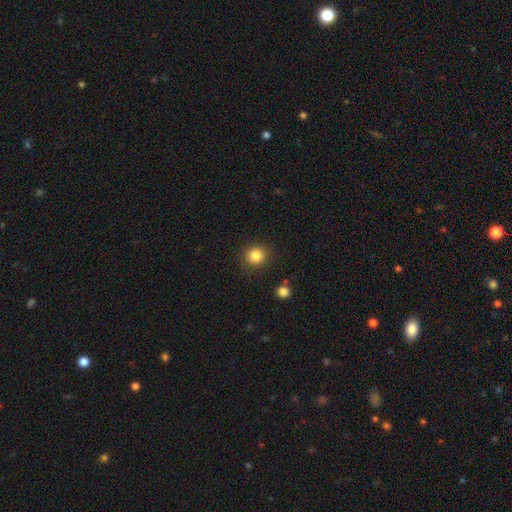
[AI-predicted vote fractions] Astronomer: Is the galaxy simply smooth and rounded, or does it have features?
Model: smooth — 85%.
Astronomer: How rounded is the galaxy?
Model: round — 89%.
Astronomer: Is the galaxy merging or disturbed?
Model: none — 88%.